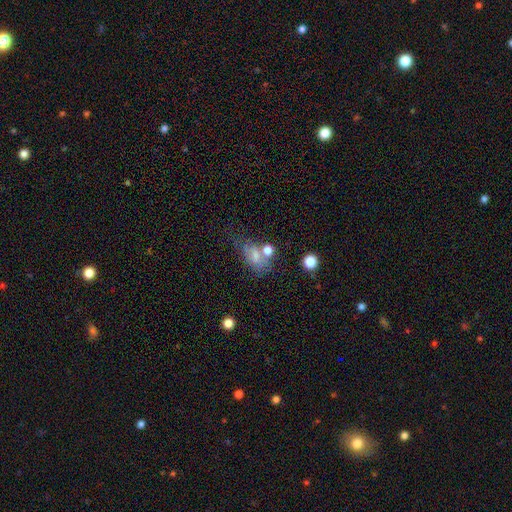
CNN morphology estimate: smooth-or-featured: smooth: 59% | featured or disk: 26% | star or artifact: 15%
  how-rounded: in between: 78% | round: 18% | cigar-shaped: 4%
  merging: none: 35% | merger: 25% | minor disturbance: 22% | major disturbance: 19%